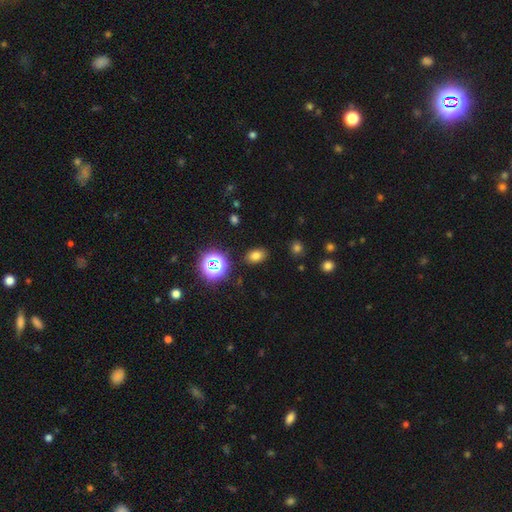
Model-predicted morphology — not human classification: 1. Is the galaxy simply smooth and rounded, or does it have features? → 74% smooth, 19% star or artifact, 8% featured or disk.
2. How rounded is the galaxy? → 81% in between, 18% round, 1% cigar-shaped.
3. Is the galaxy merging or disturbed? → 86% none, 9% minor disturbance, 3% major disturbance, 2% merger.